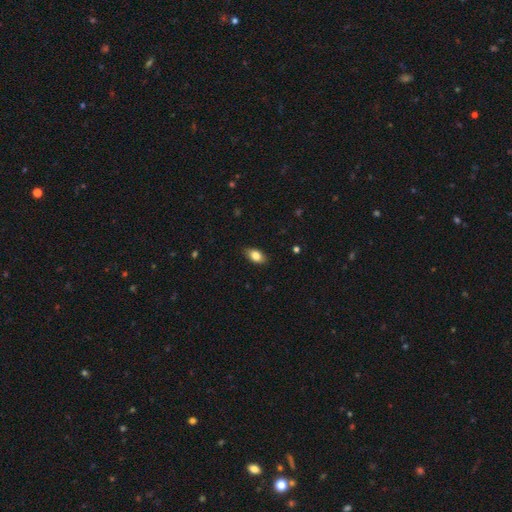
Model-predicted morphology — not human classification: Overall: smooth (82%). How rounded: in between (89%). Merging: none (85%).